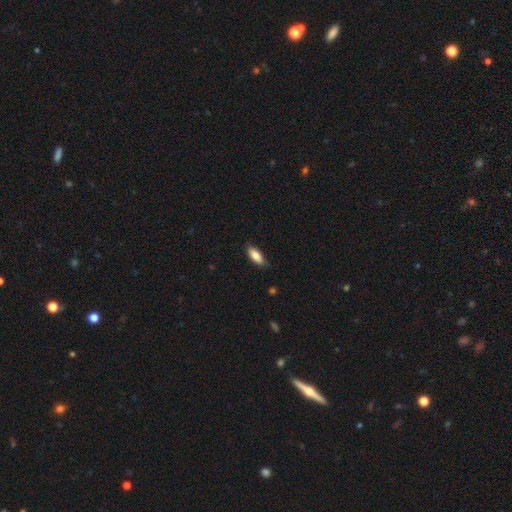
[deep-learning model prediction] This appears to be a smooth galaxy with no disk features (85%) that is in between round and cigar-shaped (78%). Merging: none (80%).